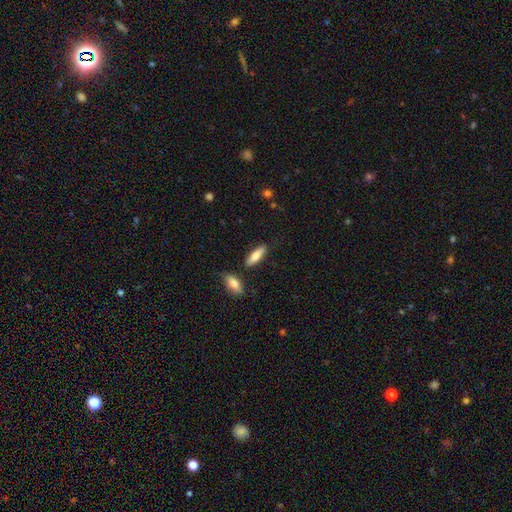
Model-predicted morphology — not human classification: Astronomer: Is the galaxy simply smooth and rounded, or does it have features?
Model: smooth — 77%.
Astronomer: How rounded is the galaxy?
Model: cigar-shaped — 54% (runner-up: in between, 44%).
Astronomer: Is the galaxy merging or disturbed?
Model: none — 80%.